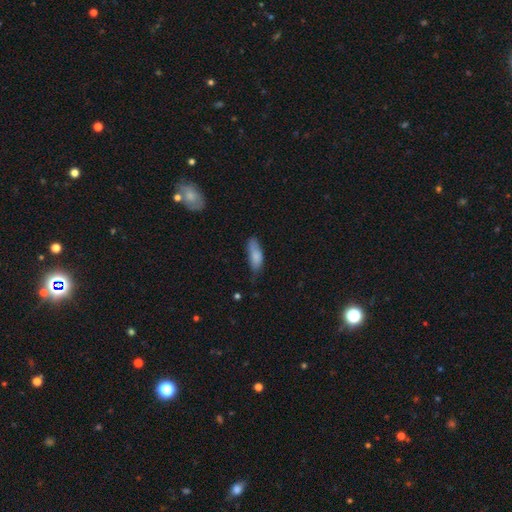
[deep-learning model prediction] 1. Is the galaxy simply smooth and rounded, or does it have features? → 81% smooth, 12% featured or disk, 7% star or artifact.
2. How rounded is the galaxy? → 70% in between, 28% cigar-shaped, 2% round.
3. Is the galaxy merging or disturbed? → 50% none, 38% minor disturbance, 10% major disturbance, 3% merger.